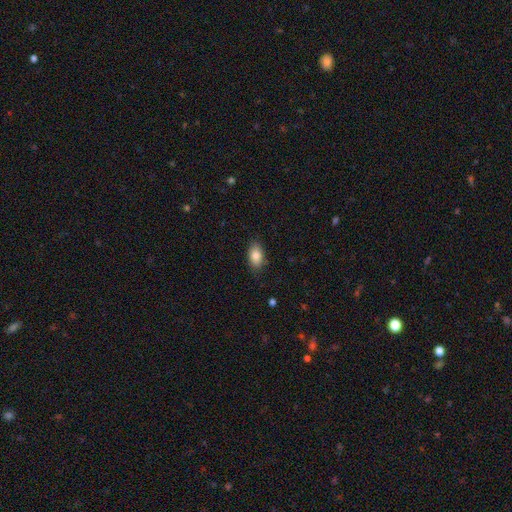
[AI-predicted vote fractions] Smooth or featured: smooth — 83% (featured or disk — 9%)
How rounded: in between — 90% (round — 8%)
Merging: none — 84% (minor disturbance — 13%)